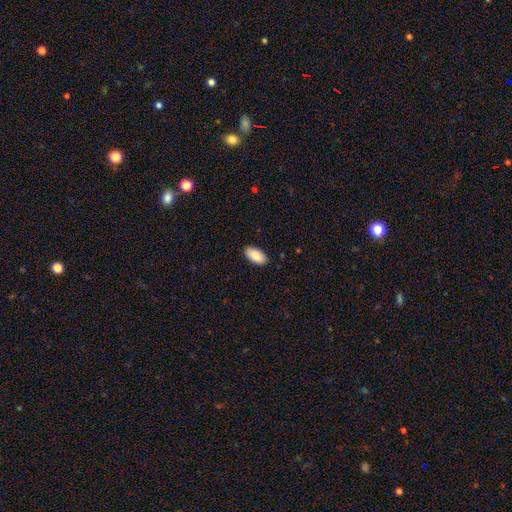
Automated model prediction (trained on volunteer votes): Morphology: type=smooth (88%); roundness=in between (95%); merging=none (89%).